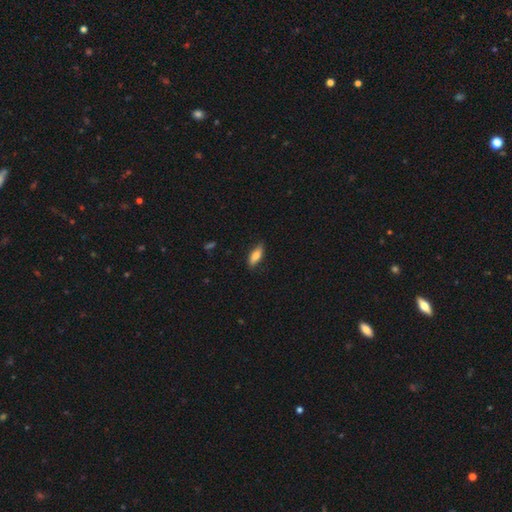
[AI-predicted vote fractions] Smooth or featured?
  - smooth: 77% *
  - featured or disk: 17%
  - star or artifact: 6%
How rounded?
  - in between: 67% *
  - cigar-shaped: 30%
  - round: 2%
Merging?
  - none: 82% *
  - minor disturbance: 14%
  - major disturbance: 2%
  - merger: 1%